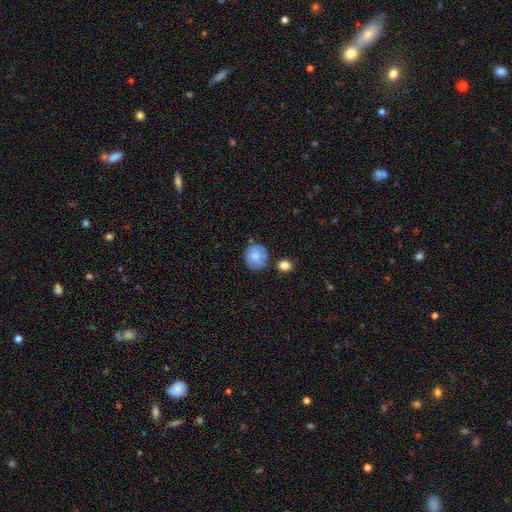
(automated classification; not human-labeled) This is likely a smooth galaxy (74%). How rounded: likely round (78%). Merging: likely none (67%).